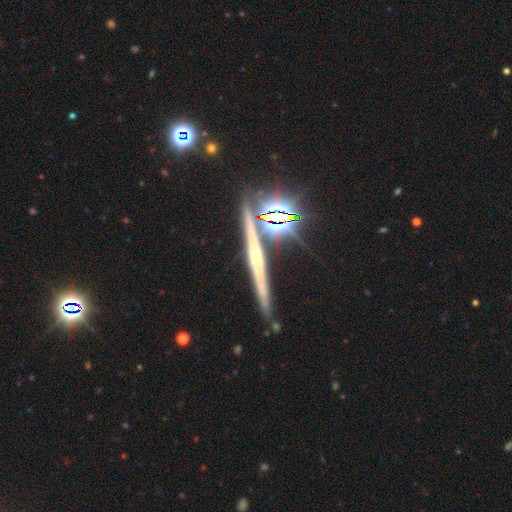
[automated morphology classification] A featured or disk galaxy (47%). Merging: none (82%).